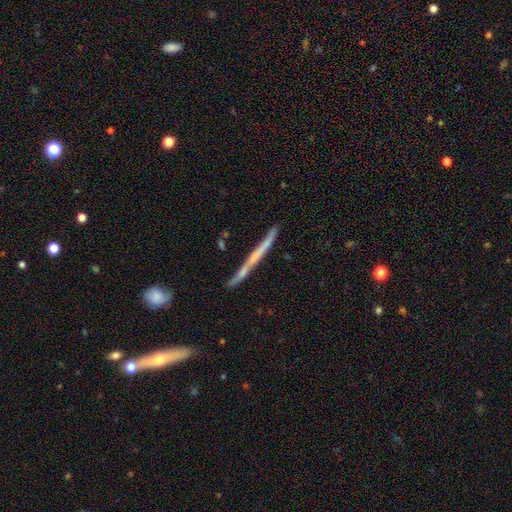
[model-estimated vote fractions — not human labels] Smooth or featured? featured or disk (57%)
Edge-on disk? yes (95%)
Edge-on bulge? none (83%)
Merging? none (79%)